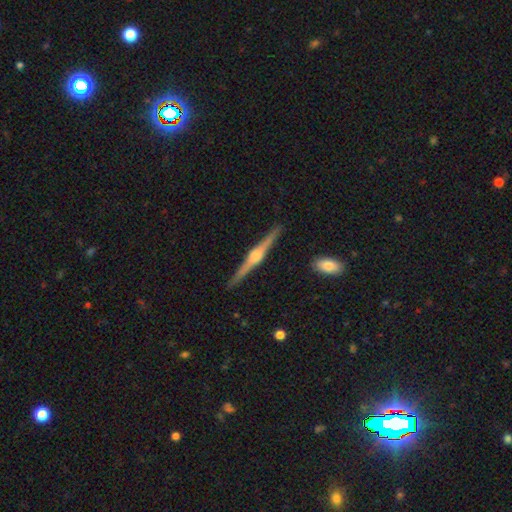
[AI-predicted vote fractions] Smooth or featured? featured or disk (84%)
Edge-on disk? yes (99%)
Edge-on bulge? rounded (86%)
Merging? none (91%)